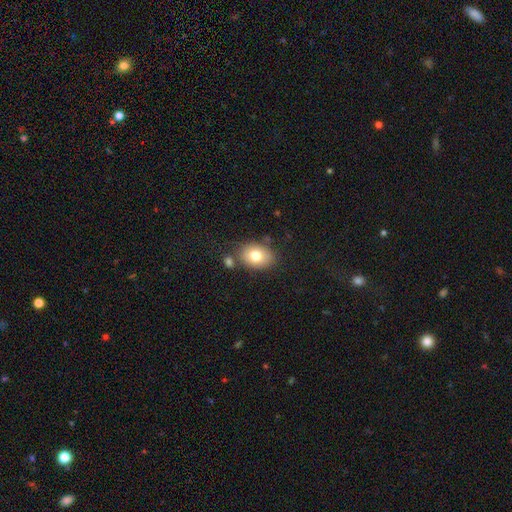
Morphology: type=smooth (84%); roundness=in between (58%); merging=none (66%).